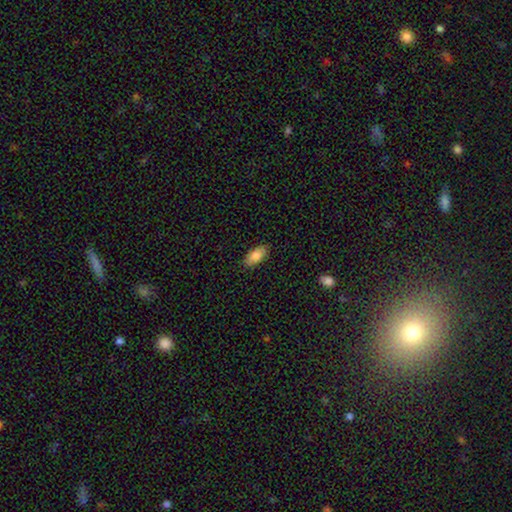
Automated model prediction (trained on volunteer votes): Q: Smooth or featured?
A: smooth (83%); runner-up: featured or disk (10%)
Q: How rounded?
A: in between (89%); runner-up: cigar-shaped (8%)
Q: Merging?
A: none (88%); runner-up: minor disturbance (9%)